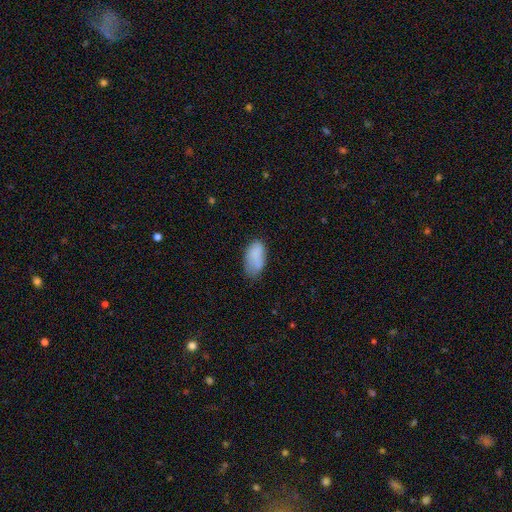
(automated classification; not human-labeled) Smooth or featured? smooth (81%)
How rounded? in between (94%)
Merging? none (50%)